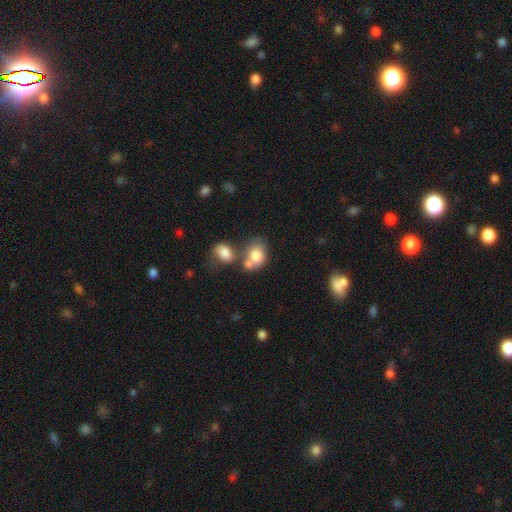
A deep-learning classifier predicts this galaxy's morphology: A smooth galaxy with no disk features (77%) that is in between round and cigar-shaped (62%). Merging: merger (50%).